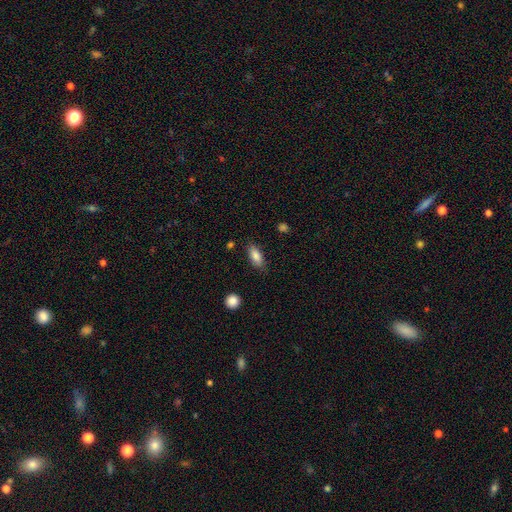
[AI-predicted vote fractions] The model was most divided on "how rounded": in between: 80%, cigar-shaped: 17%, round: 3%. More confident: smooth or featured — smooth (85%); merging — none (82%).